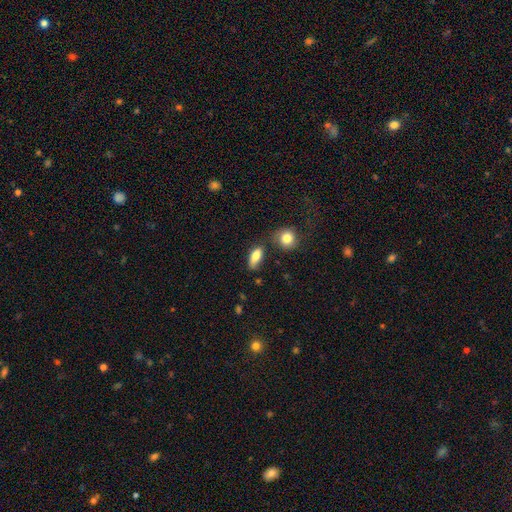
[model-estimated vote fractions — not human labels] The model was most divided on "merging": none: 63%, minor disturbance: 21%, merger: 10%, major disturbance: 6%. More confident: smooth or featured — smooth (82%); how rounded — in between (79%).